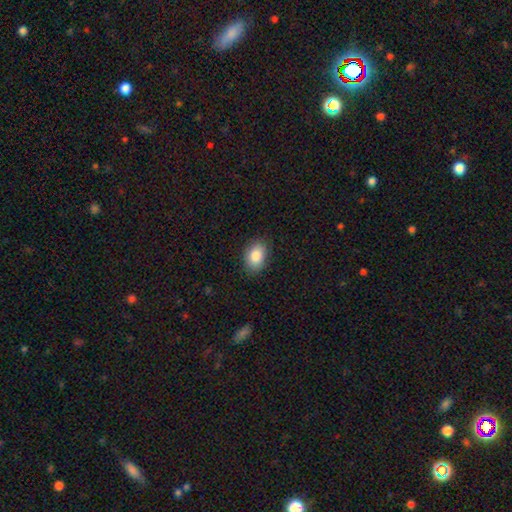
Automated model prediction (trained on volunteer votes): smooth 87%, star or artifact 7%, featured or disk 6%. Down the decision tree: how rounded — in between (86%); merging — none (85%).